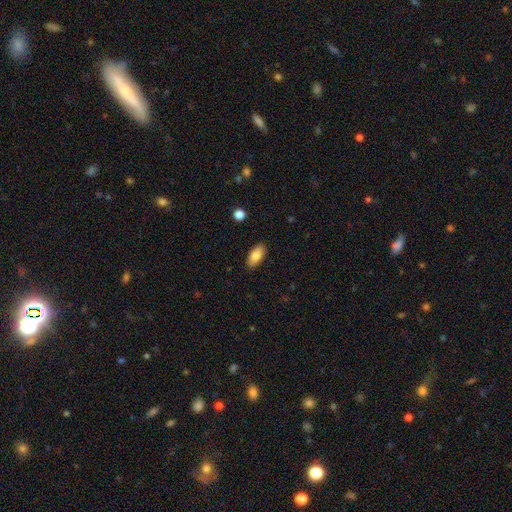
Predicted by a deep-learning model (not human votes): Overall: smooth (82%). How rounded: in between (88%). Merging: none (88%).